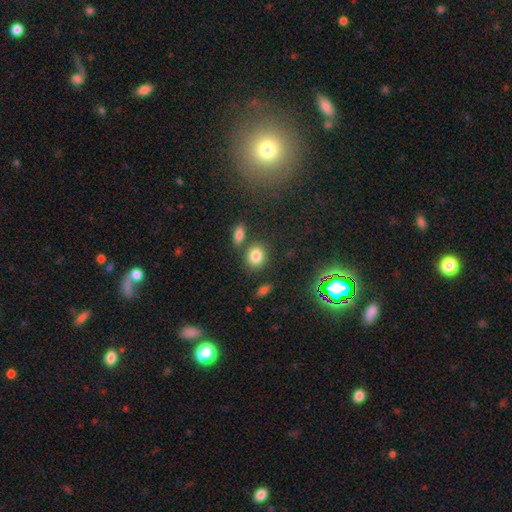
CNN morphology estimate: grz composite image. It shows a smooth galaxy with no disk features (82%) that is round (60%). Merging: none (72%).